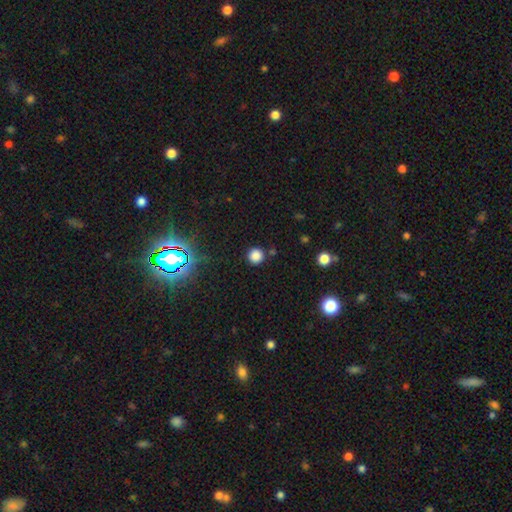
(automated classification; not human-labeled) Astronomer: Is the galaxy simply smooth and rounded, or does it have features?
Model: smooth — 81%.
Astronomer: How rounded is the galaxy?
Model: round — 94%.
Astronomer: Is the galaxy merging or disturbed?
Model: none — 86%.